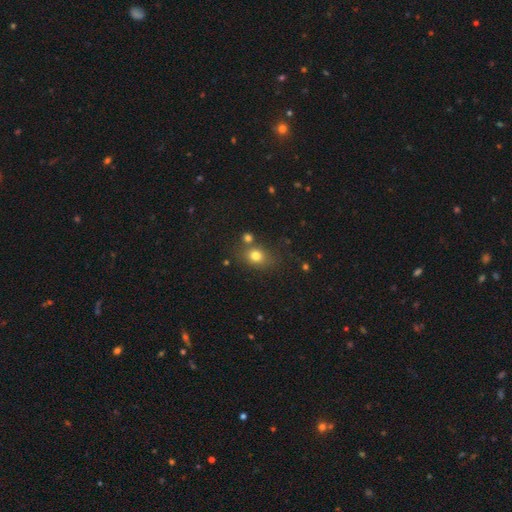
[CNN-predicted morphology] The model was most divided on "how rounded": round: 52%, in between: 47%, cigar-shaped: 1%. More confident: smooth or featured — smooth (77%); merging — none (67%).